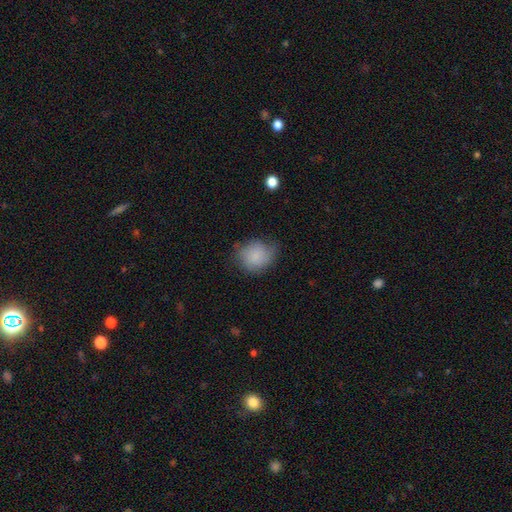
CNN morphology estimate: This appears to be a smooth galaxy with no disk features (81%) that is round (73%). Merging: none (61%).